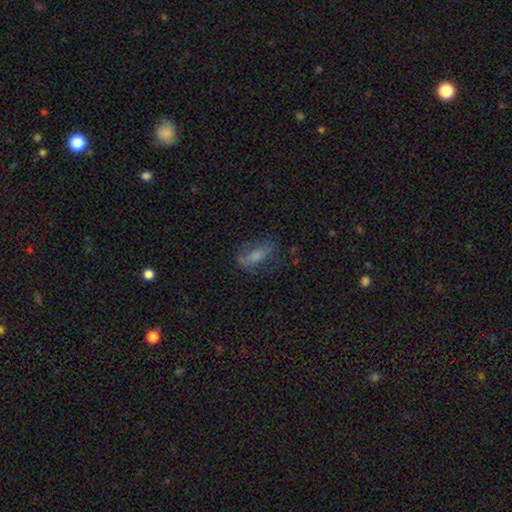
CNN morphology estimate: Q: Smooth or featured?
A: smooth (54%); runner-up: featured or disk (33%)
Q: How rounded?
A: in between (72%); runner-up: cigar-shaped (21%)
Q: Merging?
A: none (56%); runner-up: minor disturbance (23%)